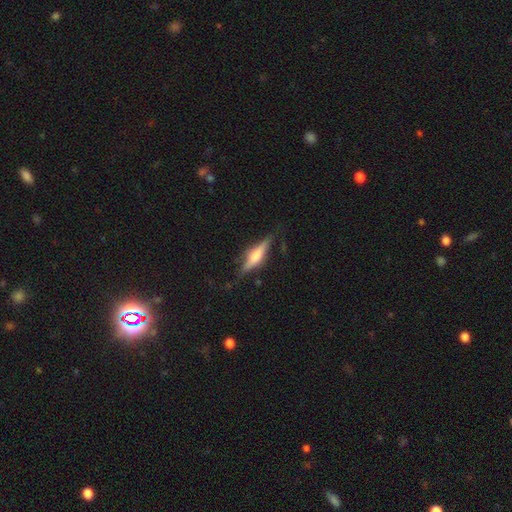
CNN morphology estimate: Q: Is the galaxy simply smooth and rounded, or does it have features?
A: featured or disk — 65%.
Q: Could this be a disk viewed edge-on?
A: yes — 96%.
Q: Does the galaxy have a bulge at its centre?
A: rounded — 78%.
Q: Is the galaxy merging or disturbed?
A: none — 80%.